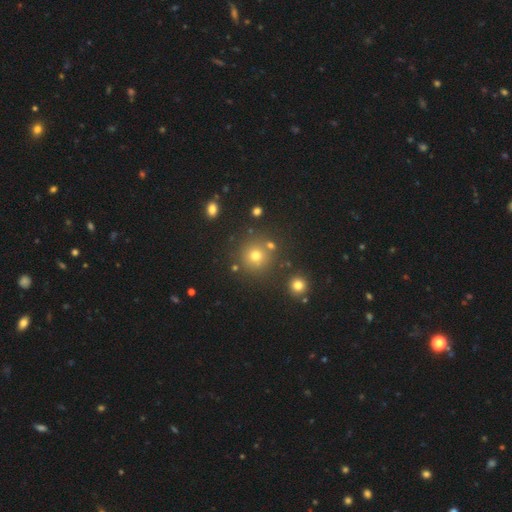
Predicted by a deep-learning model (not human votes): Smooth or featured?
  - smooth: 68% *
  - star or artifact: 23%
  - featured or disk: 9%
How rounded?
  - round: 93% *
  - in between: 6%
  - cigar-shaped: 1%
Merging?
  - none: 81% *
  - merger: 9%
  - minor disturbance: 8%
  - major disturbance: 3%